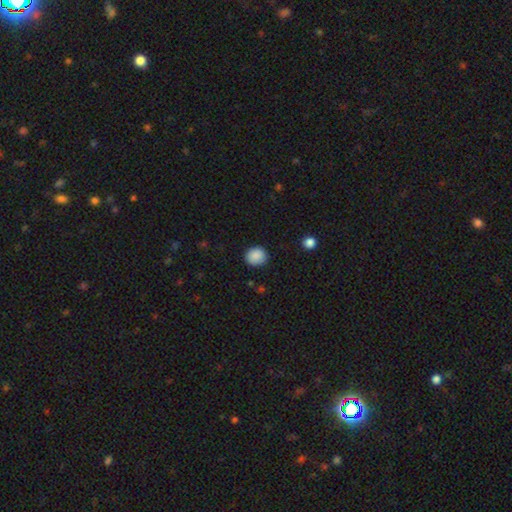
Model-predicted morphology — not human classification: Smooth or featured? Predicted: smooth (p=0.88). How rounded? Predicted: round (p=0.75). Merging? Predicted: none (p=0.86).